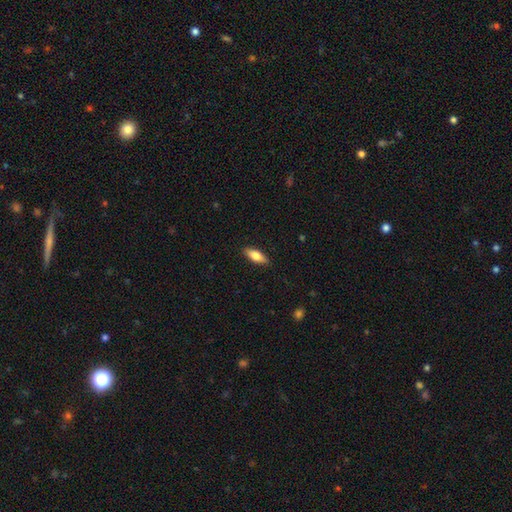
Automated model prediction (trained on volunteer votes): Q: Smooth or featured?
A: smooth (72%); runner-up: featured or disk (22%)
Q: How rounded?
A: in between (70%); runner-up: cigar-shaped (28%)
Q: Merging?
A: none (88%); runner-up: minor disturbance (9%)